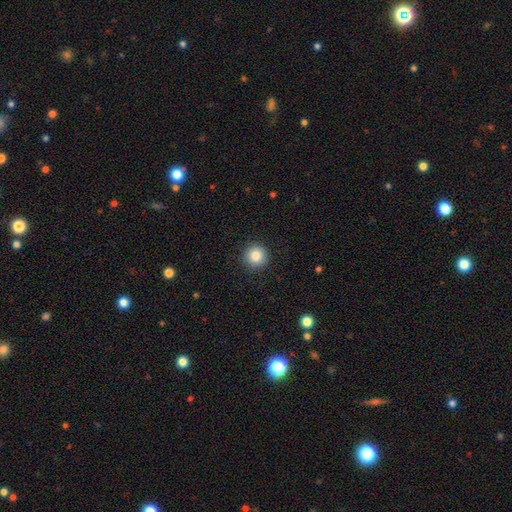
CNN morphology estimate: A smooth galaxy with no disk features (85%) that is round (95%). Merging: none (91%).